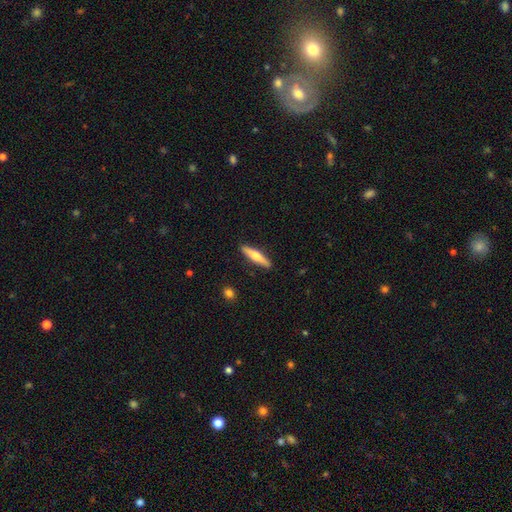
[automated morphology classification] Smooth or featured? Predicted: smooth (p=0.54). How rounded? Predicted: cigar-shaped (p=0.87). Merging? Predicted: none (p=0.90).